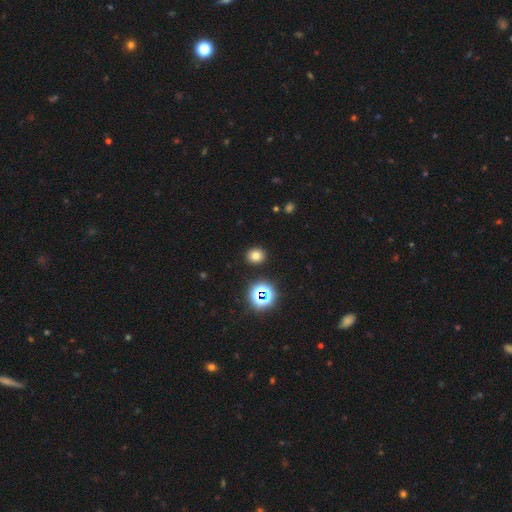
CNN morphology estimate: This appears to be a smooth galaxy with no disk features (74%) that is round (74%). Merging: none (90%).